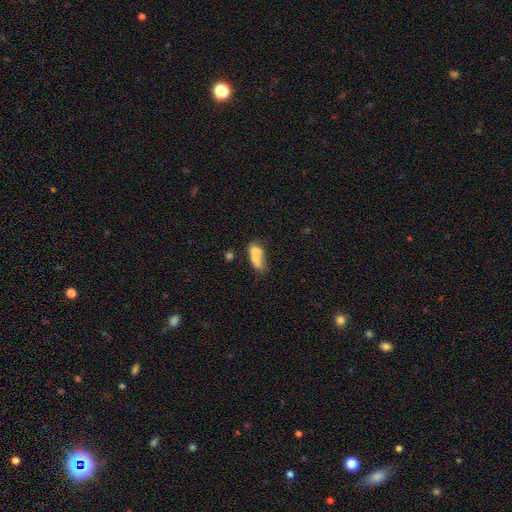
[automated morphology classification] This appears to be a smooth galaxy with no disk features (67%) that is in between round and cigar-shaped (80%). Merging: merger (52%).